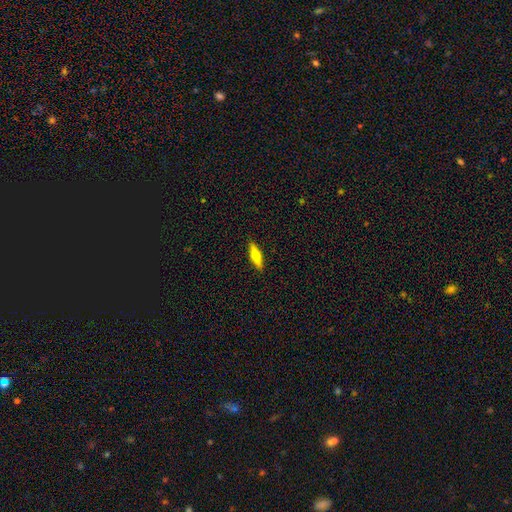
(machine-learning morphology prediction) Smooth or featured?
  - smooth: 56% *
  - featured or disk: 38%
  - star or artifact: 6%
How rounded?
  - cigar-shaped: 67% *
  - in between: 30%
  - round: 2%
Merging?
  - none: 90% *
  - minor disturbance: 7%
  - major disturbance: 2%
  - merger: 1%